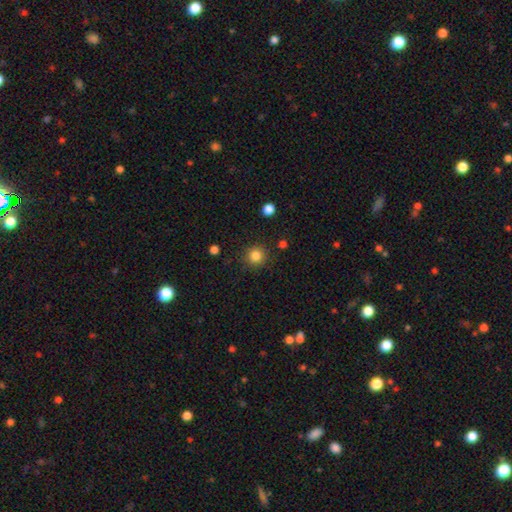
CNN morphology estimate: A smooth galaxy with no disk features (84%) that is round (93%).

Vote fractions:
- Smooth or featured? smooth: 84% / star or artifact: 11% / featured or disk: 5%
- How rounded? round: 93% / in between: 6% / cigar-shaped: 1%
- Merging? none: 88% / minor disturbance: 7% / major disturbance: 3% / merger: 2%